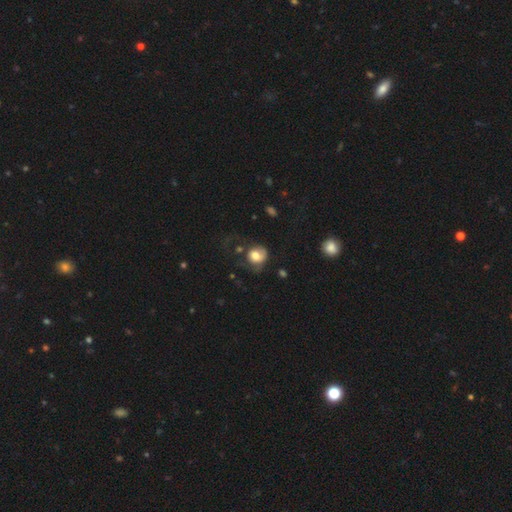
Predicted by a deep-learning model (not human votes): A smooth galaxy with no disk features (68%) that is round (69%).

Vote fractions:
- Smooth or featured? smooth: 68% / featured or disk: 24% / star or artifact: 9%
- How rounded? round: 69% / in between: 31% / cigar-shaped: 1%
- Merging? major disturbance: 36% / none: 35% / minor disturbance: 25% / merger: 4%